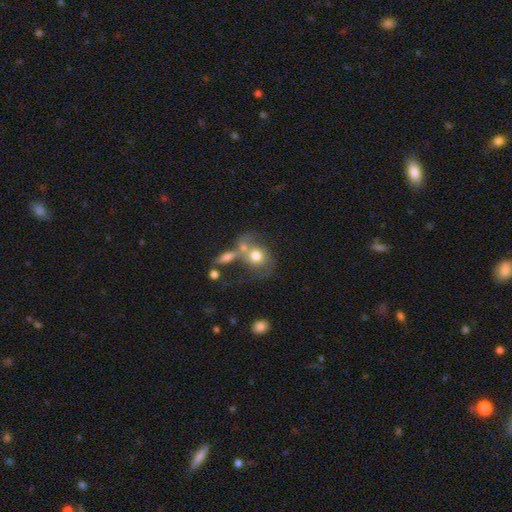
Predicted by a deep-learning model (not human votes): Smooth or featured? smooth (60%)
How rounded? round (60%)
Merging? merger (40%)